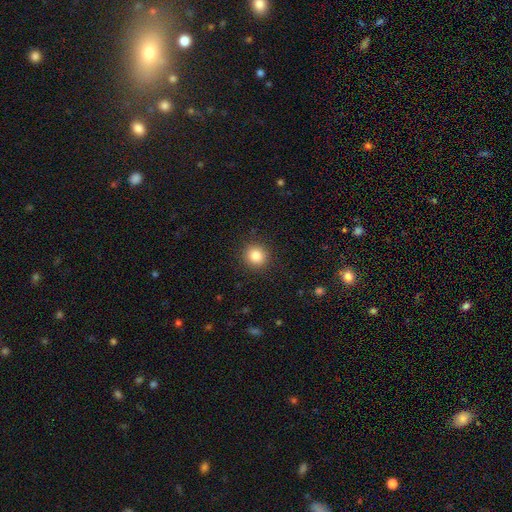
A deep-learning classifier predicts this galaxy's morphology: Q: Smooth or featured?
A: smooth (85%); runner-up: star or artifact (10%)
Q: How rounded?
A: round (88%); runner-up: in between (12%)
Q: Merging?
A: none (90%); runner-up: minor disturbance (6%)